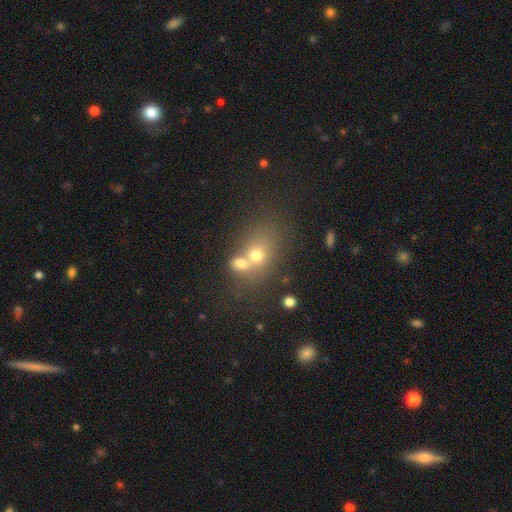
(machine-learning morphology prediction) Q: Smooth or featured?
A: smooth (60%); runner-up: featured or disk (22%)
Q: How rounded?
A: round (52%); runner-up: in between (46%)
Q: Merging?
A: merger (57%); runner-up: none (30%)